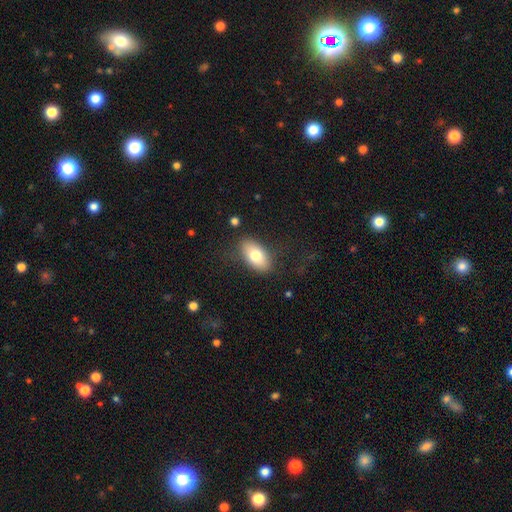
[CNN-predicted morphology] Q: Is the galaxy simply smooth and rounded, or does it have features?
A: smooth — 75%.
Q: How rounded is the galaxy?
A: in between — 91%.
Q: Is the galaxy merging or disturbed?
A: none — 81%.